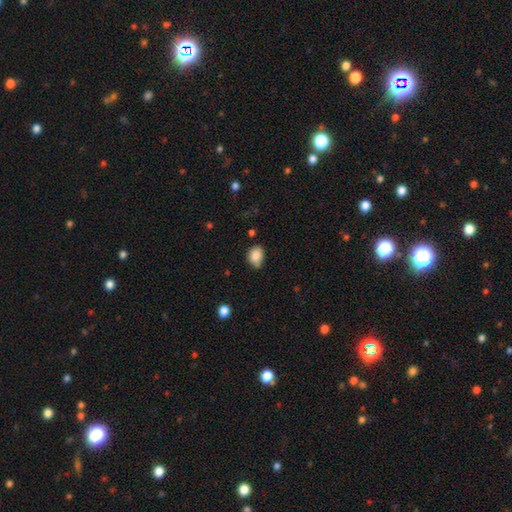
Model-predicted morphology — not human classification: smooth-or-featured: smooth: 85% | star or artifact: 9% | featured or disk: 6%
  how-rounded: in between: 53% | round: 46% | cigar-shaped: 1%
  merging: none: 61% | minor disturbance: 28% | major disturbance: 5% | merger: 5%